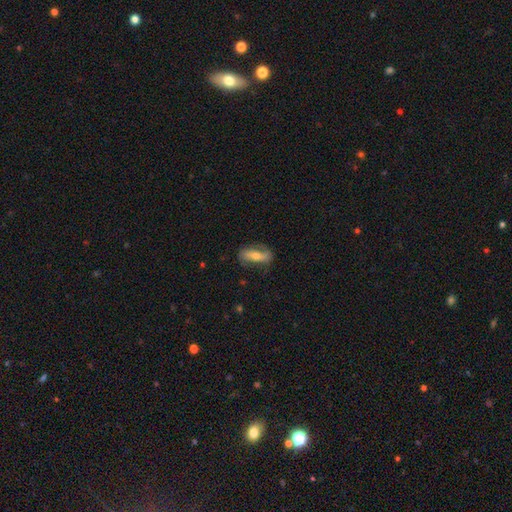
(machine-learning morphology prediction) A featured or disk galaxy (53%). Merging: none (74%).